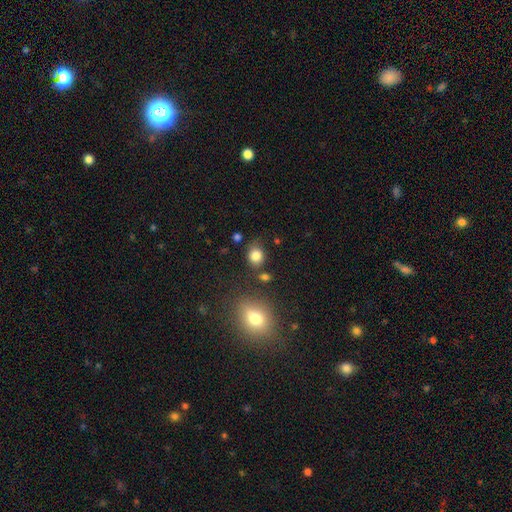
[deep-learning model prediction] Q: Smooth or featured?
A: smooth (83%); runner-up: star or artifact (11%)
Q: How rounded?
A: round (63%); runner-up: in between (36%)
Q: Merging?
A: none (71%); runner-up: minor disturbance (17%)